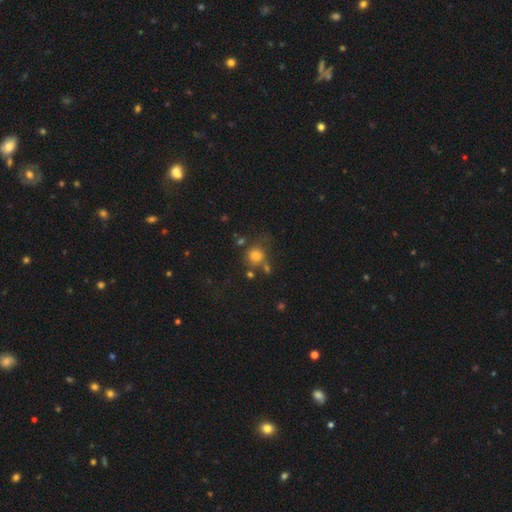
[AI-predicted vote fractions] smooth-or-featured: smooth: 75% | star or artifact: 14% | featured or disk: 10%
  how-rounded: round: 85% | in between: 14% | cigar-shaped: 1%
  merging: none: 59% | minor disturbance: 18% | merger: 15% | major disturbance: 9%